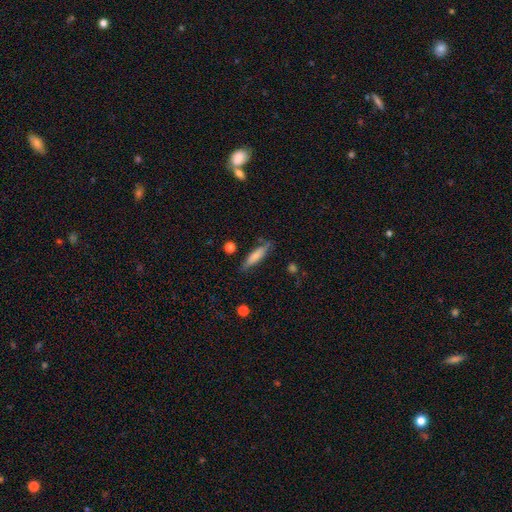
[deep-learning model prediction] Smooth or featured? smooth (73%)
How rounded? cigar-shaped (77%)
Merging? none (76%)